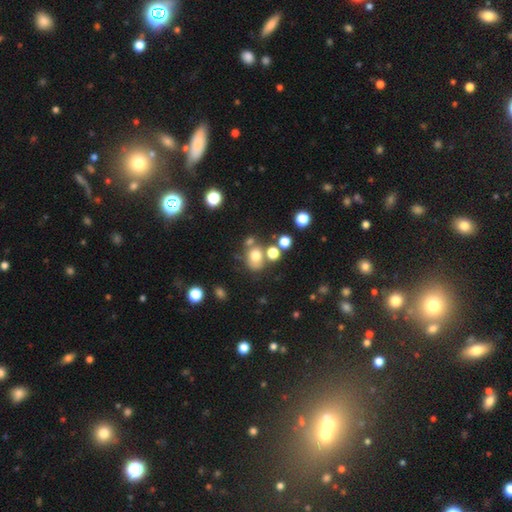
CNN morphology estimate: This appears to be a smooth galaxy with no disk features (70%) that is round (61%). Merging: none (51%).